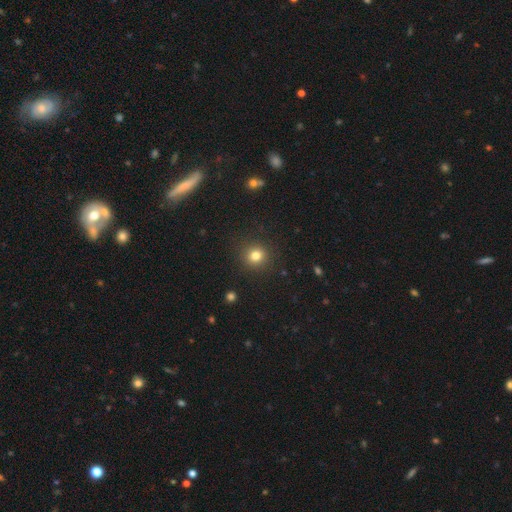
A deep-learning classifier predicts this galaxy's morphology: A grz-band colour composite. It shows a smooth galaxy with no disk features (81%) that is round (90%). Merging: none (90%).